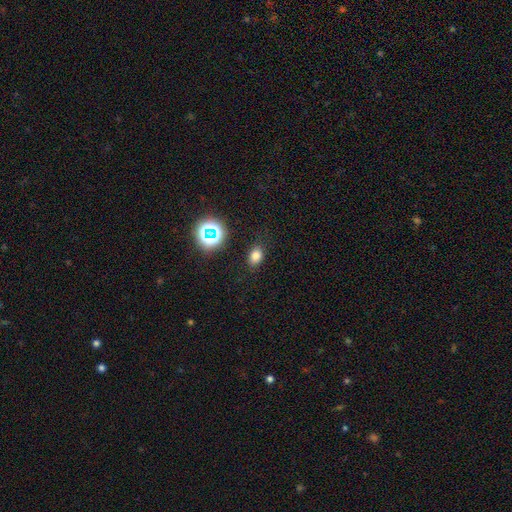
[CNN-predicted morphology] Overall: smooth (75%). How rounded: in between (73%). Merging: none (85%).